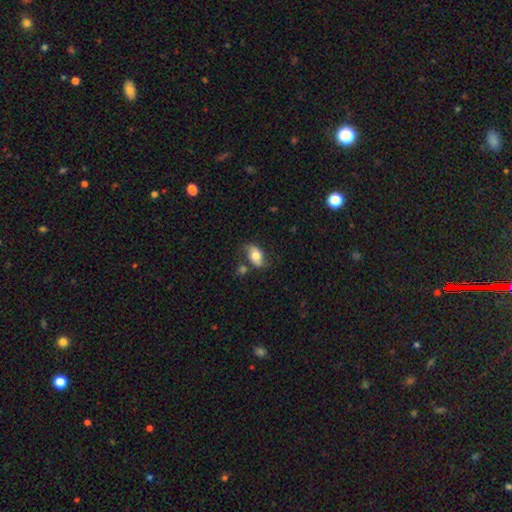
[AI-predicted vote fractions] smooth 62%, featured or disk 31%, star or artifact 8%. Down the decision tree: how rounded — in between (88%); merging — none (59%).